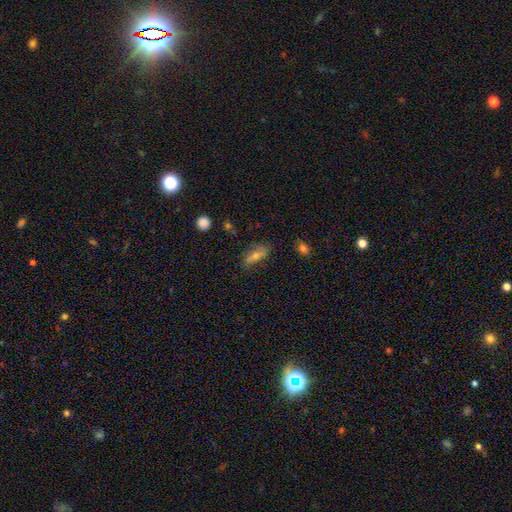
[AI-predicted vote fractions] smooth_or_featured: smooth (p=0.51) [alt: featured or disk p=0.35]
how_rounded: in between (p=0.72) [alt: cigar-shaped p=0.21]
merging: none (p=0.72) [alt: minor disturbance p=0.20]